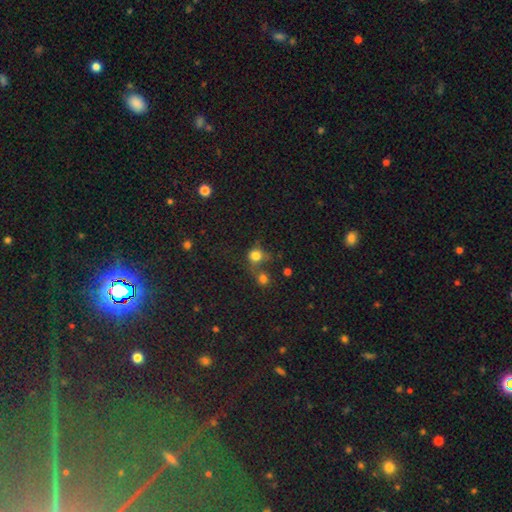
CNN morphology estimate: Smooth or featured? Predicted: smooth (p=0.76). How rounded? Predicted: round (p=0.83). Merging? Predicted: none (p=0.41).